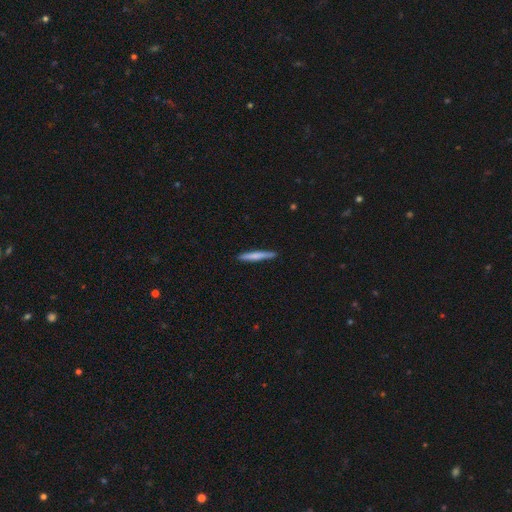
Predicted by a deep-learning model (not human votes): Overall: smooth (69%). How rounded: cigar-shaped (96%). Merging: none (89%).